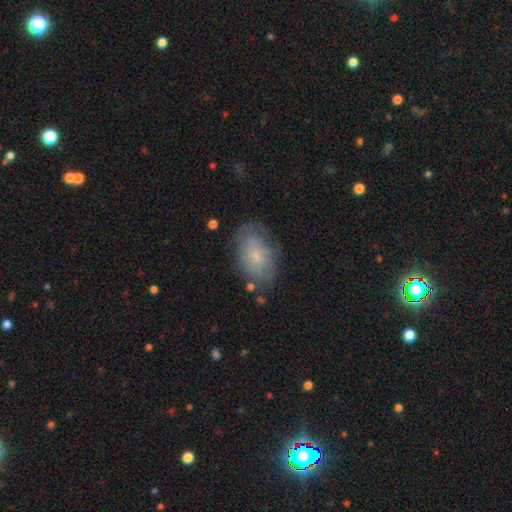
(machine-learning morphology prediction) The model was most divided on "smooth or featured": smooth: 46%, featured or disk: 45%, star or artifact: 9%. More confident: merging — none (64%).